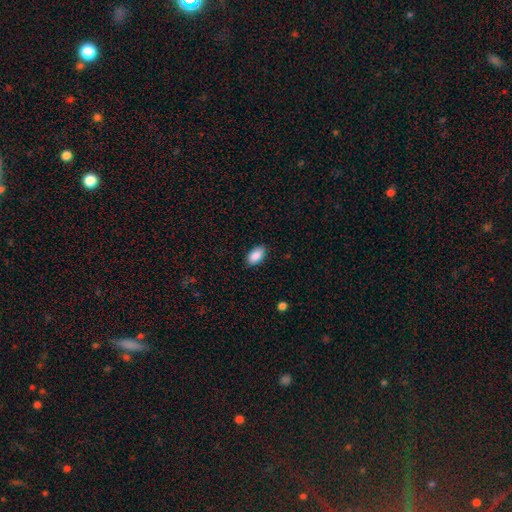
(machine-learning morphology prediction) This appears to be a smooth galaxy with no disk features (90%) that is in between round and cigar-shaped (94%). Merging: none (87%).